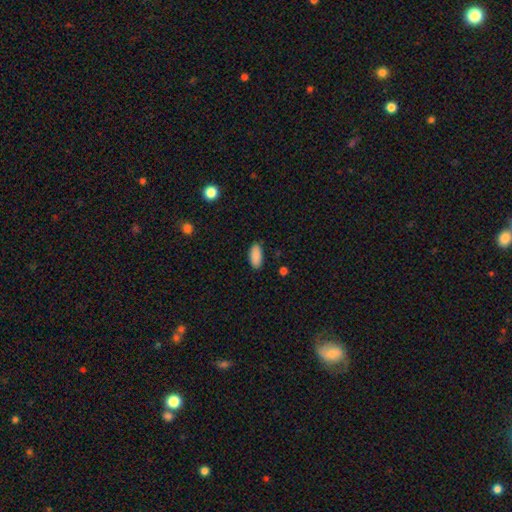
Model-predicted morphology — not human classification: smooth-or-featured: smooth: 90% | star or artifact: 7% | featured or disk: 3%
  how-rounded: in between: 89% | cigar-shaped: 9% | round: 2%
  merging: none: 87% | minor disturbance: 10% | major disturbance: 2% | merger: 1%